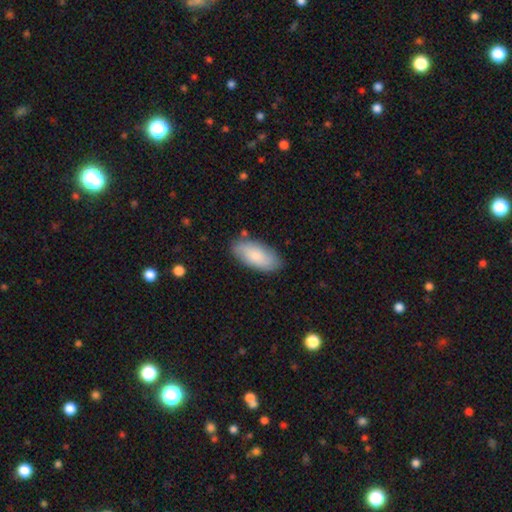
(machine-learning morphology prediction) This appears to be a smooth galaxy with no disk features (77%) that is in between round and cigar-shaped (92%). Merging: none (81%).